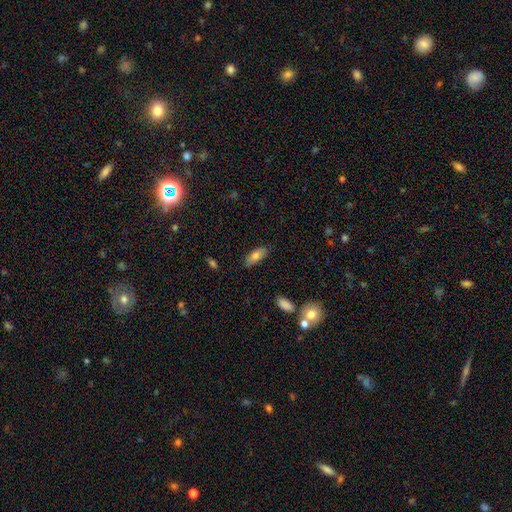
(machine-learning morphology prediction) A smooth galaxy with no disk features (79%) that is in between round and cigar-shaped (81%).

Vote fractions:
- Smooth or featured? smooth: 79% / featured or disk: 14% / star or artifact: 7%
- How rounded? in between: 81% / cigar-shaped: 17% / round: 2%
- Merging? none: 83% / minor disturbance: 13% / major disturbance: 2% / merger: 2%